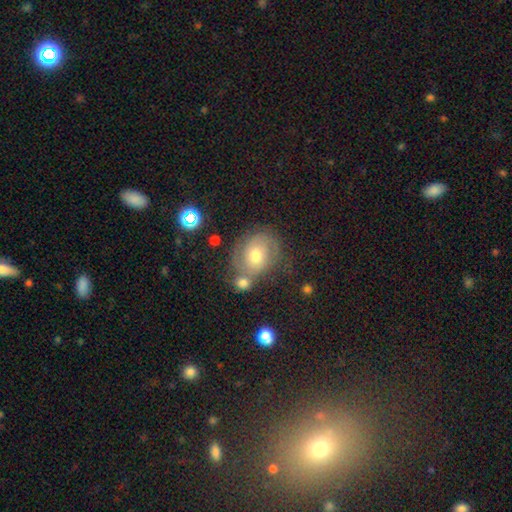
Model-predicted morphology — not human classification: Smooth or featured?
  - featured or disk: 45% *
  - smooth: 43%
  - star or artifact: 12%
Merging?
  - none: 57% *
  - minor disturbance: 18%
  - merger: 16%
  - major disturbance: 9%